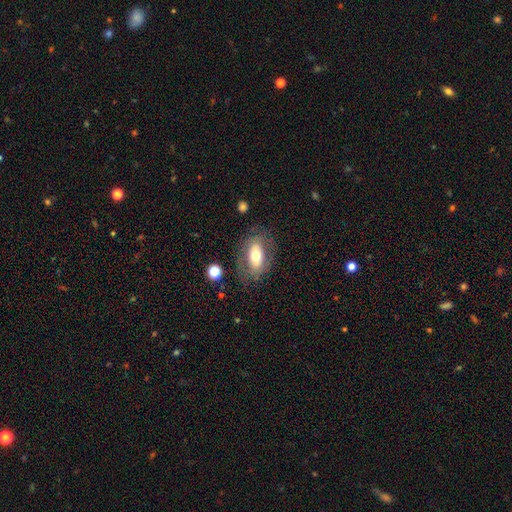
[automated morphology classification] smooth 56%, featured or disk 36%, star or artifact 8%. Down the decision tree: how rounded — in between (87%); merging — none (73%).